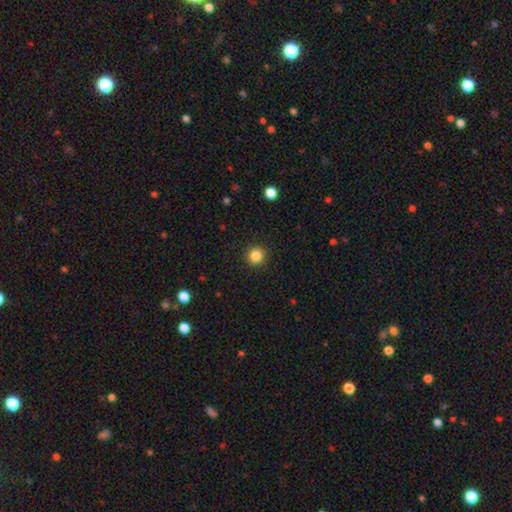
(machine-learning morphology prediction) Smooth or featured?
  - smooth: 85% *
  - star or artifact: 11%
  - featured or disk: 4%
How rounded?
  - round: 94% *
  - in between: 5%
  - cigar-shaped: 1%
Merging?
  - none: 92% *
  - minor disturbance: 5%
  - major disturbance: 2%
  - merger: 1%